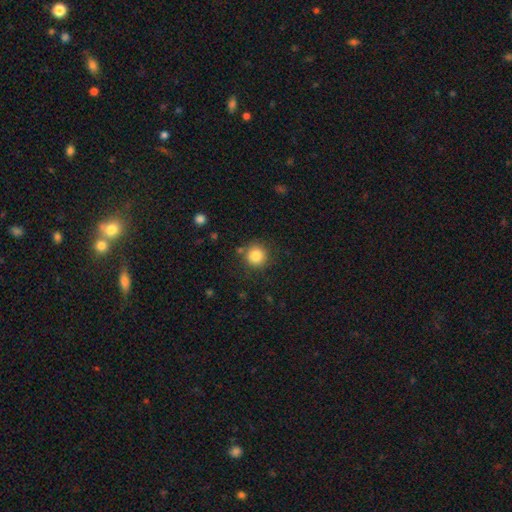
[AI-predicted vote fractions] smooth 83%, star or artifact 11%, featured or disk 6%. Down the decision tree: how rounded — round (94%); merging — none (84%).